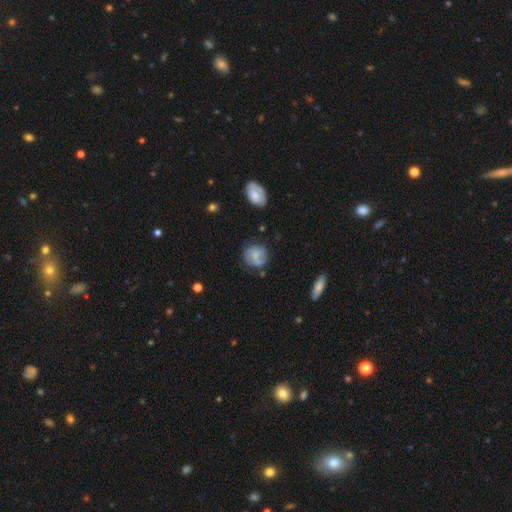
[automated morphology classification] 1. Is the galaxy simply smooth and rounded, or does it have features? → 63% smooth, 28% featured or disk, 9% star or artifact.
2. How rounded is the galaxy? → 74% round, 25% in between, 1% cigar-shaped.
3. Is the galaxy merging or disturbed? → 59% none, 25% minor disturbance, 11% major disturbance, 4% merger.